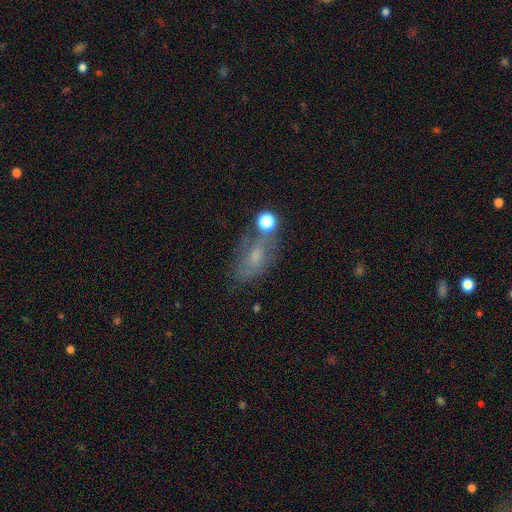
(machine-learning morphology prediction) A smooth galaxy with no disk features (46%).

Vote fractions:
- Smooth or featured? smooth: 46% / featured or disk: 35% / star or artifact: 18%
- Merging? none: 47% / minor disturbance: 24% / major disturbance: 17% / merger: 12%